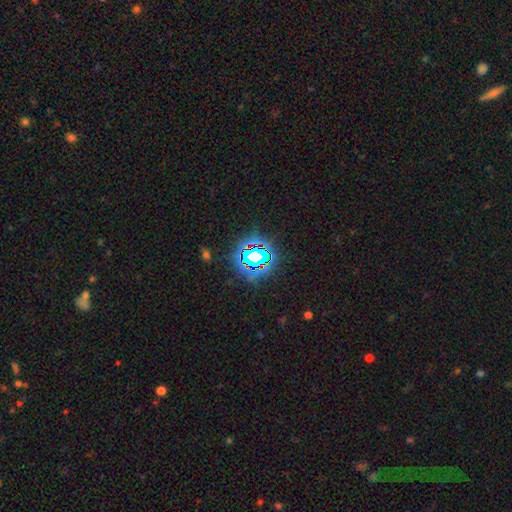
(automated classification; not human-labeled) Smooth or featured? Predicted: star or artifact (p=0.73).